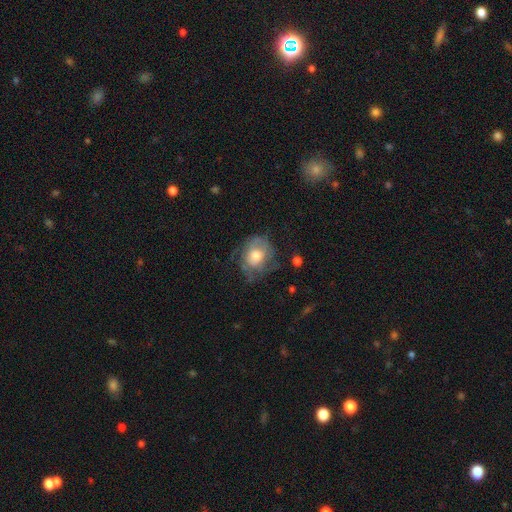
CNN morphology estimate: A featured or disk galaxy (48%).

Vote fractions:
- Smooth or featured? featured or disk: 48% / smooth: 43% / star or artifact: 9%
- Merging? none: 53% / minor disturbance: 25% / major disturbance: 20% / merger: 2%